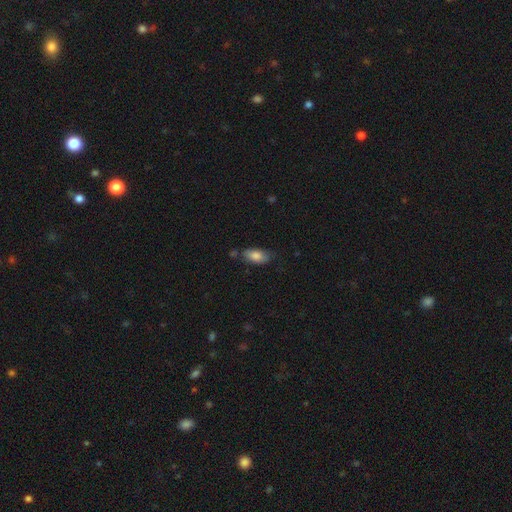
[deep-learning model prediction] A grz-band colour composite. It shows a smooth galaxy with no disk features (81%) that is in between round and cigar-shaped (88%). Merging: none (64%).